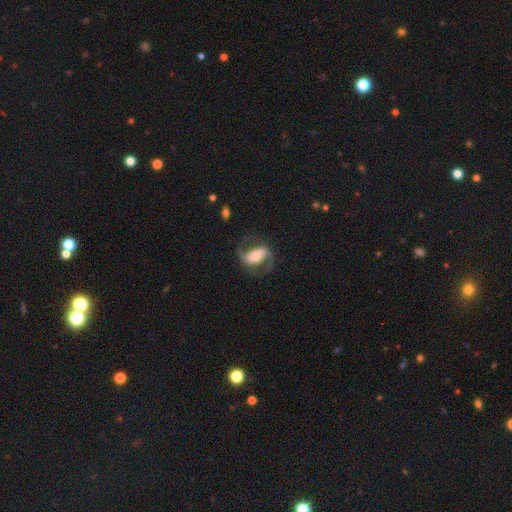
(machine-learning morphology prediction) Smooth or featured? Predicted: featured or disk (p=0.84). Edge-on disk? Predicted: no (p=0.97). Bar? Predicted: strong (p=0.42). Spiral arms? Predicted: yes (p=0.94). Spiral winding? Predicted: medium (p=0.53). Spiral arm count? Predicted: 2 (p=0.91). Bulge size? Predicted: moderate (p=0.57). Merging? Predicted: none (p=0.74).